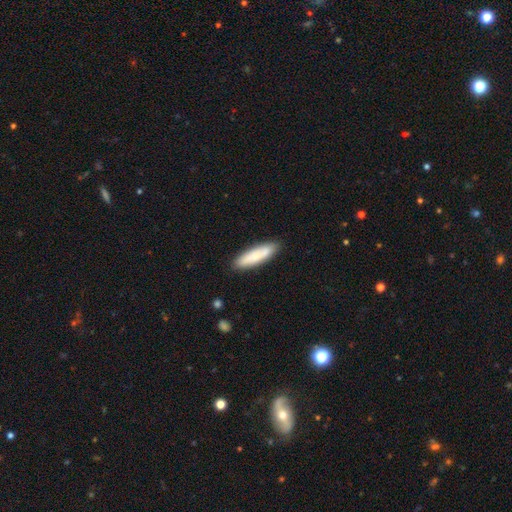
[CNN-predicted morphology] Smooth or featured? Predicted: smooth (p=0.78). How rounded? Predicted: cigar-shaped (p=0.68). Merging? Predicted: none (p=0.83).